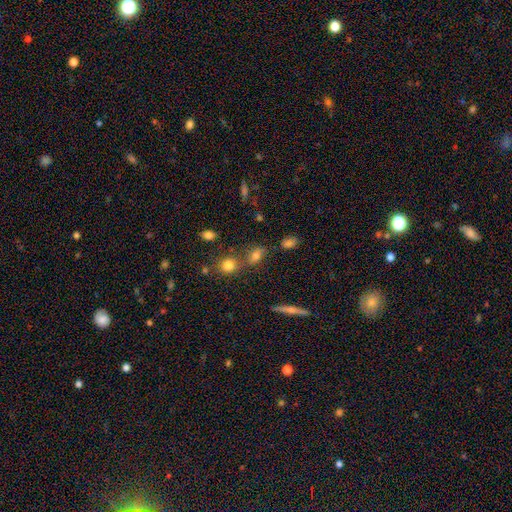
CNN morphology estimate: A smooth galaxy with no disk features (72%) that is in between round and cigar-shaped (70%). Merging: none (61%).